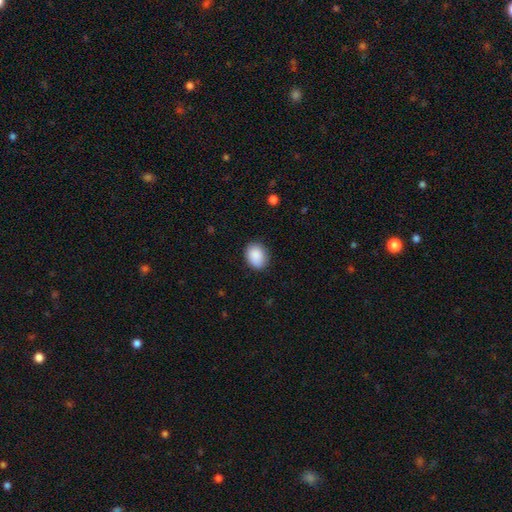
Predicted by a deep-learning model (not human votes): smooth-or-featured: smooth: 89% | star or artifact: 7% | featured or disk: 4%
  how-rounded: in between: 62% | round: 37% | cigar-shaped: 1%
  merging: none: 84% | minor disturbance: 12% | major disturbance: 3% | merger: 1%